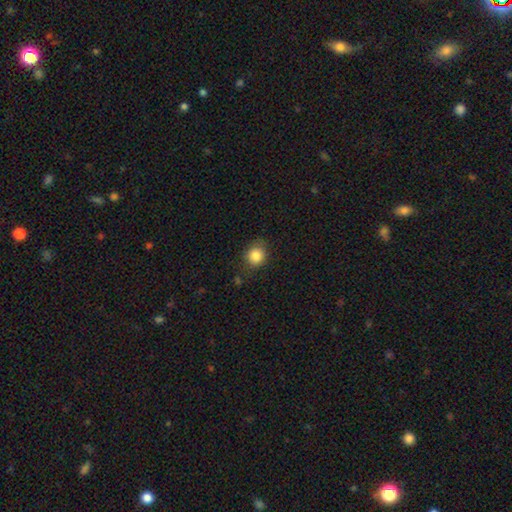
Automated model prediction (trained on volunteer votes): The model was most divided on "how rounded": round: 74%, in between: 25%, cigar-shaped: 1%. More confident: smooth or featured — smooth (85%); merging — none (77%).